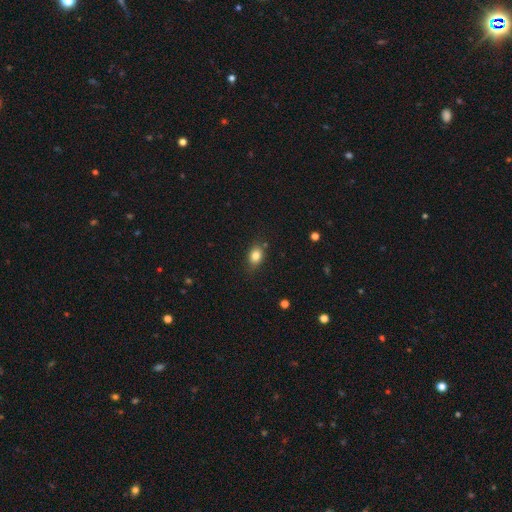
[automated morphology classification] Smooth or featured? Predicted: smooth (p=0.82). How rounded? Predicted: in between (p=0.70). Merging? Predicted: none (p=0.79).